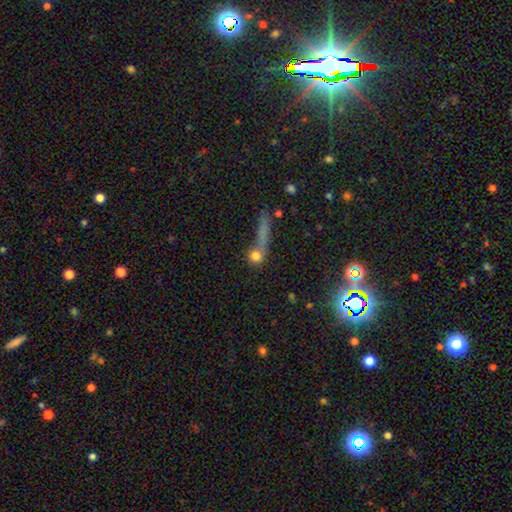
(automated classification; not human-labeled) Q: Smooth or featured?
A: smooth (74%); runner-up: featured or disk (13%)
Q: How rounded?
A: round (77%); runner-up: in between (13%)
Q: Merging?
A: none (49%); runner-up: merger (29%)